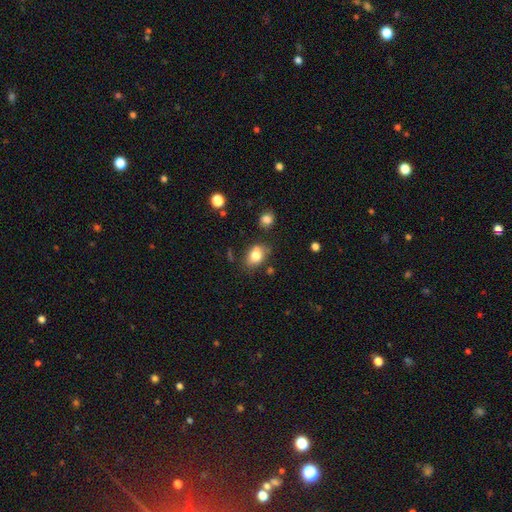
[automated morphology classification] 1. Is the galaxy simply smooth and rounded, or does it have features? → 79% smooth, 12% featured or disk, 10% star or artifact.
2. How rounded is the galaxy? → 72% in between, 27% round, 1% cigar-shaped.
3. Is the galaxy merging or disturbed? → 63% none, 20% minor disturbance, 11% merger, 6% major disturbance.